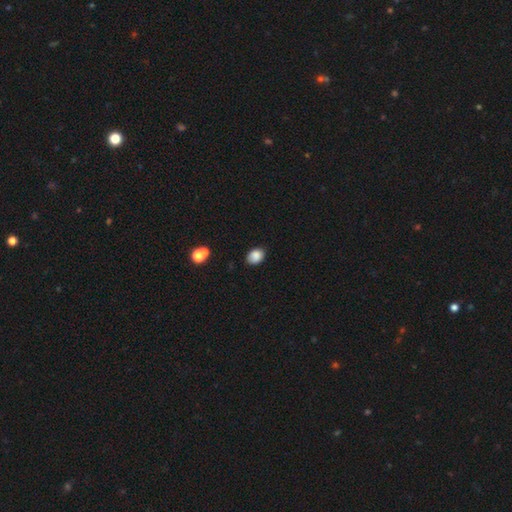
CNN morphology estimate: Smooth or featured? smooth (86%)
How rounded? in between (71%)
Merging? none (80%)